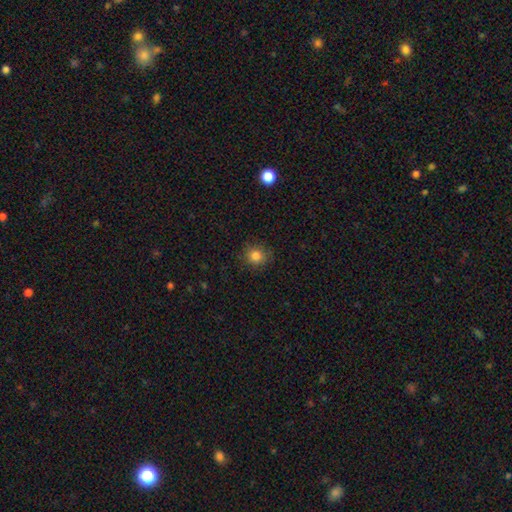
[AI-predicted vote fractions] Smooth or featured: smooth — 83% (star or artifact — 12%)
How rounded: round — 89% (in between — 10%)
Merging: none — 88% (minor disturbance — 9%)